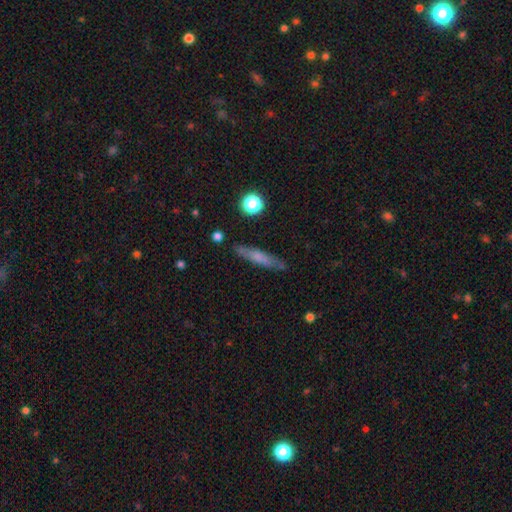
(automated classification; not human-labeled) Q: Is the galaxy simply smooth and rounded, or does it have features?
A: smooth — 55%.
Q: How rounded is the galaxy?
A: cigar-shaped — 87%.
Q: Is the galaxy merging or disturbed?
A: none — 84%.